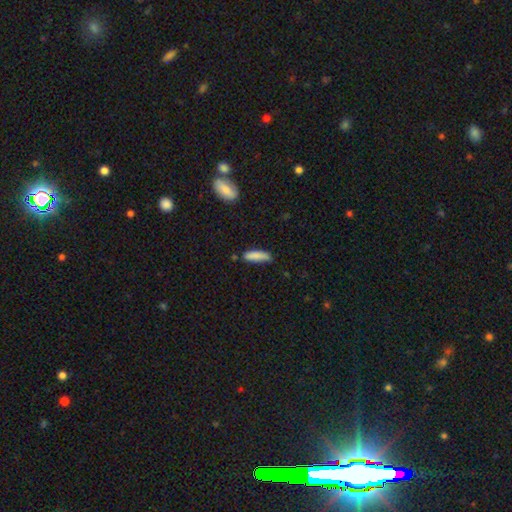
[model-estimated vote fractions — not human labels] smooth_or_featured: smooth (p=0.85) [alt: featured or disk p=0.08]
how_rounded: cigar-shaped (p=0.64) [alt: in between p=0.34]
merging: none (p=0.68) [alt: minor disturbance p=0.24]